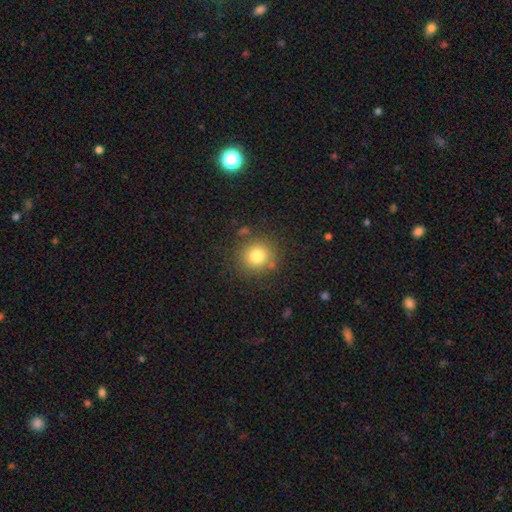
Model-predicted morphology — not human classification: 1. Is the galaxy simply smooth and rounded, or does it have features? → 78% smooth, 13% star or artifact, 9% featured or disk.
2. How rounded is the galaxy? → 91% round, 8% in between, 1% cigar-shaped.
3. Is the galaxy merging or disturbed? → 83% none, 9% minor disturbance, 4% merger, 3% major disturbance.